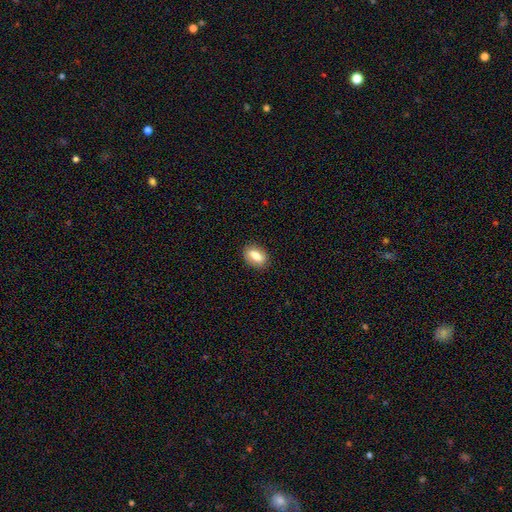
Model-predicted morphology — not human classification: smooth 75%, featured or disk 17%, star or artifact 8%. Down the decision tree: how rounded — in between (82%); merging — none (86%).